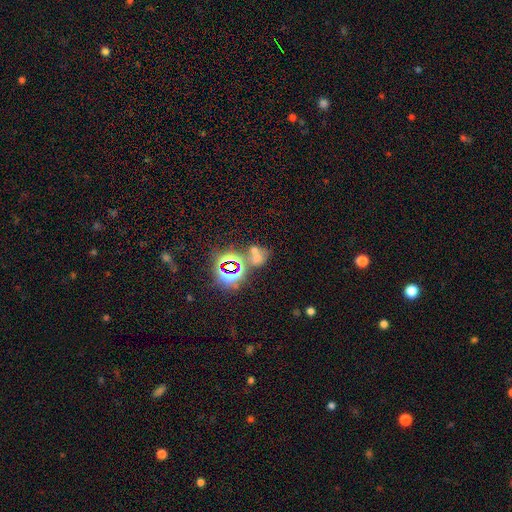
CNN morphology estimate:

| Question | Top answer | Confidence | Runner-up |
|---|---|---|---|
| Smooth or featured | star or artifact | 49% | smooth (39%) |